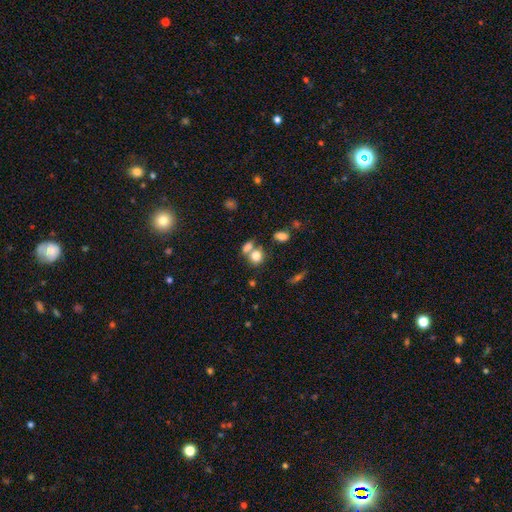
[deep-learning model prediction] This is likely a smooth galaxy (77%). How rounded: likely round (62%). Merging: marginally merger (44%).